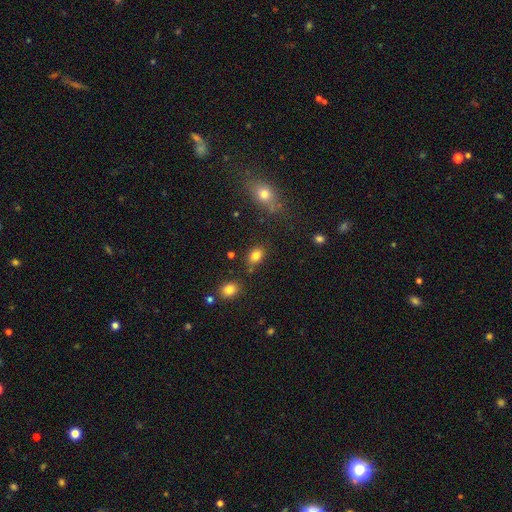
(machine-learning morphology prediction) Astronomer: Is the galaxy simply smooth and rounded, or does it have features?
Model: smooth — 82%.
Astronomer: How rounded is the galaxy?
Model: in between — 74%.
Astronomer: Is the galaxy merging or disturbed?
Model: none — 77%.